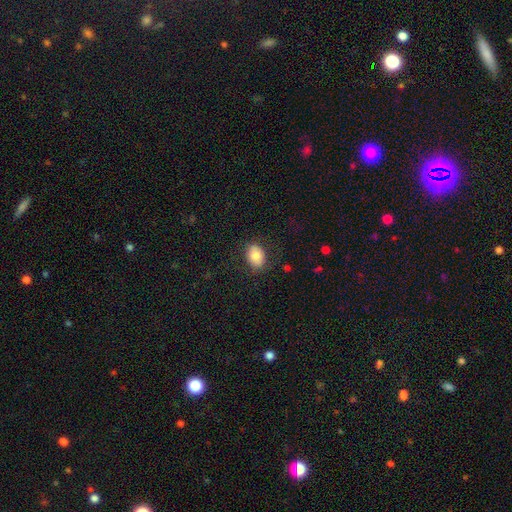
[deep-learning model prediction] Smooth or featured: smooth — 80% (featured or disk — 11%)
How rounded: in between — 73% (round — 26%)
Merging: none — 81% (minor disturbance — 13%)